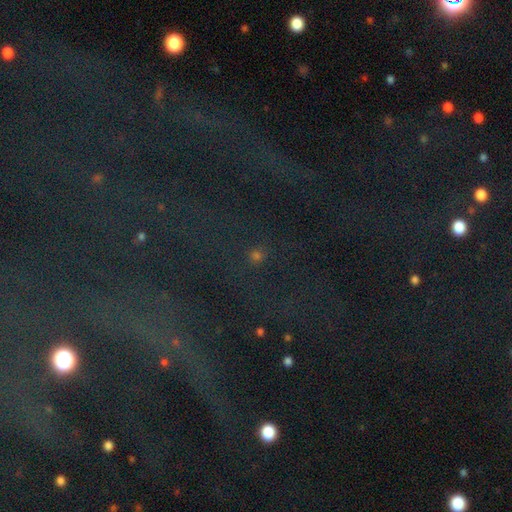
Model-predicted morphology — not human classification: This is possibly a star or artifact rather than a galaxy (58%).